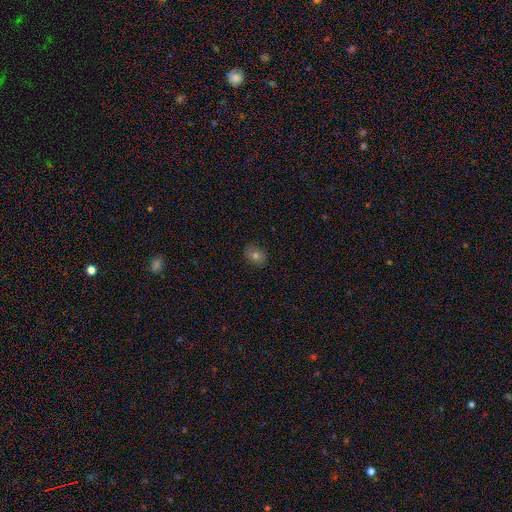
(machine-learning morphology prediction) Overall: smooth (72%). How rounded: round (59%; in between 40%). Merging: none (85%).